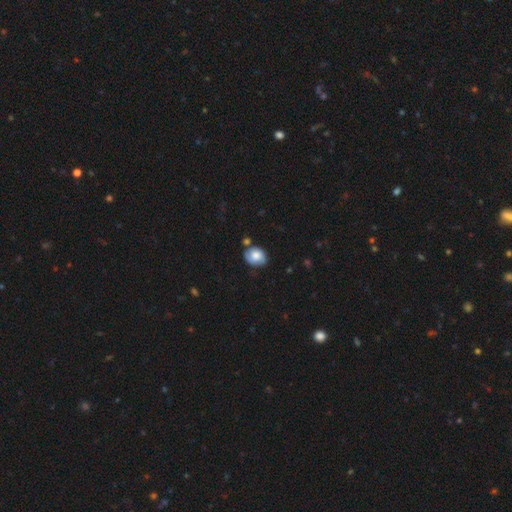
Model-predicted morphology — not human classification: This appears to be a smooth galaxy with no disk features (62%) that is round (55%). Merging: none (65%).